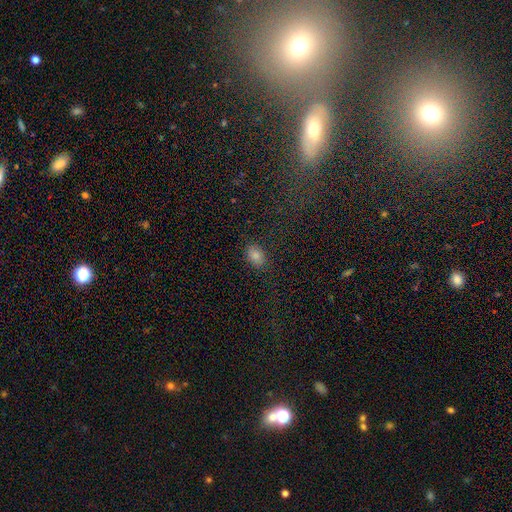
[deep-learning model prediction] Morphology: type=smooth (83%); roundness=in between (81%); merging=none (85%).